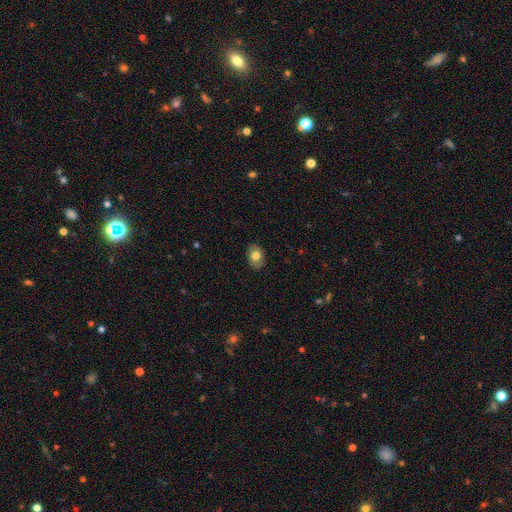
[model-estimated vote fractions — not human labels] This appears to be a smooth galaxy with no disk features (77%) that is in between round and cigar-shaped (79%). Merging: none (86%).